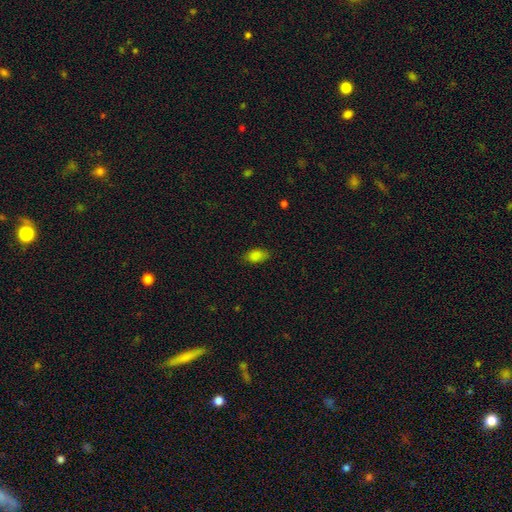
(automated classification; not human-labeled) This appears to be a smooth galaxy with no disk features (84%) that is in between round and cigar-shaped (91%). Merging: none (80%).